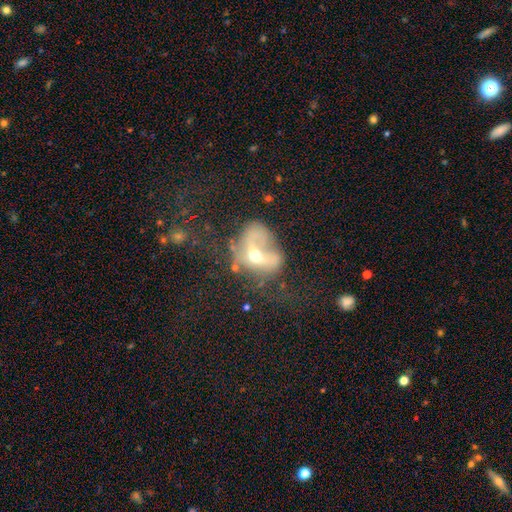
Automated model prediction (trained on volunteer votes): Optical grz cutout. It shows a featured or disk galaxy (50%). Merging: major disturbance (43%).